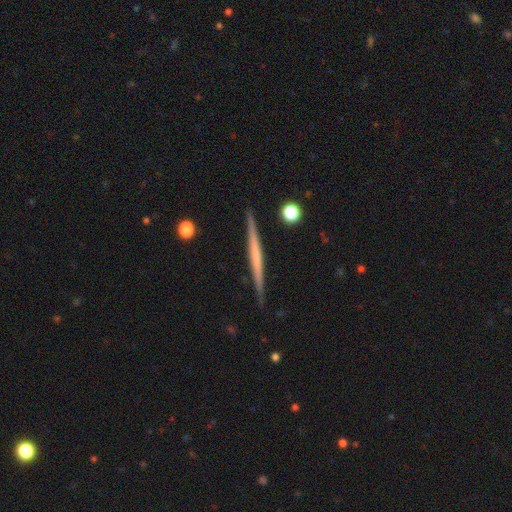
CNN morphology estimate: Smooth or featured: featured or disk — 60% (smooth — 34%)
Edge-on disk: yes — 98% (no — 2%)
Edge-on bulge: none — 84% (rounded — 10%)
Merging: none — 90% (minor disturbance — 7%)